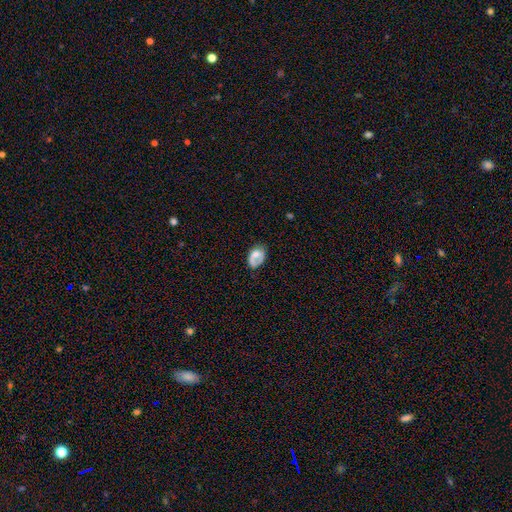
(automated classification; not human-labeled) This appears to be a smooth galaxy with no disk features (58%) that is in between round and cigar-shaped (80%). Merging: none (40%).